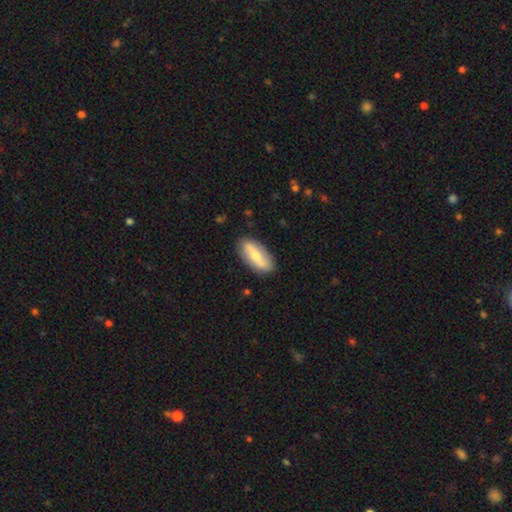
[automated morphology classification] The model was most divided on "smooth or featured": smooth: 51%, featured or disk: 44%, star or artifact: 6%. More confident: merging — none (85%); how rounded — in between (80%).